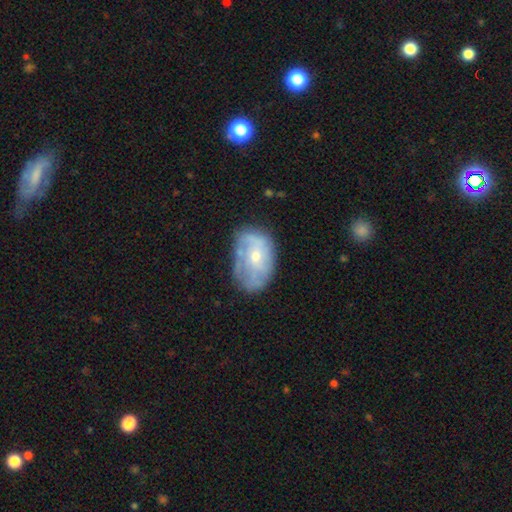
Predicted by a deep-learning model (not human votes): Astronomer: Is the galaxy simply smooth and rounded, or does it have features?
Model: featured or disk — 60%.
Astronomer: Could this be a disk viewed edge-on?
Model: no — 96%.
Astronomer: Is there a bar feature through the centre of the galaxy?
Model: no — 74%.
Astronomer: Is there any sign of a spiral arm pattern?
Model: yes — 59% (runner-up: no, 41%).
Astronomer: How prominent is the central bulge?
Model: small — 49% (runner-up: moderate, 45%).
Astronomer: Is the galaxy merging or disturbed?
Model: none — 56%.